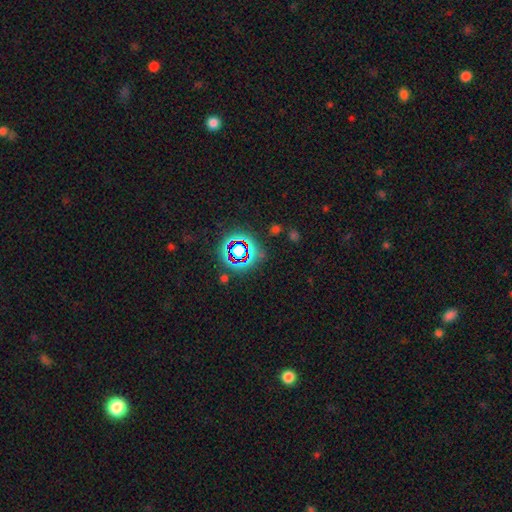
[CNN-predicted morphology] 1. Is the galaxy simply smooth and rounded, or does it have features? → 70% star or artifact, 16% smooth, 14% featured or disk.